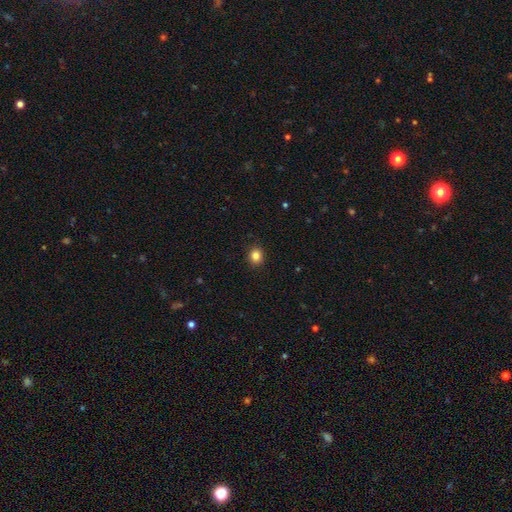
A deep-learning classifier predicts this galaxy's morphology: smooth-or-featured: smooth: 84% | star or artifact: 11% | featured or disk: 5%
  how-rounded: round: 72% | in between: 27% | cigar-shaped: 1%
  merging: none: 89% | minor disturbance: 8% | major disturbance: 2% | merger: 1%